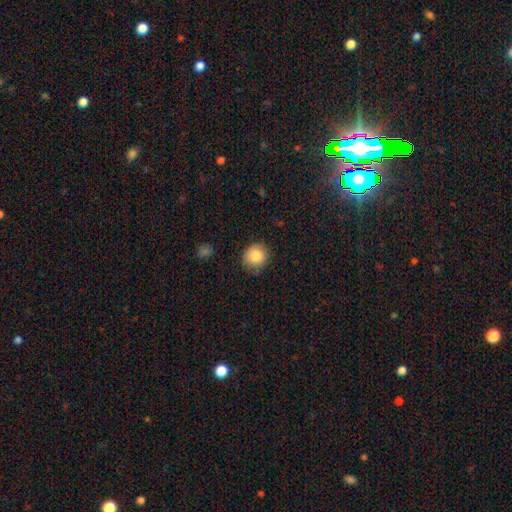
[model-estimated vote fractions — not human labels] Smooth or featured? smooth (86%)
How rounded? round (86%)
Merging? none (78%)